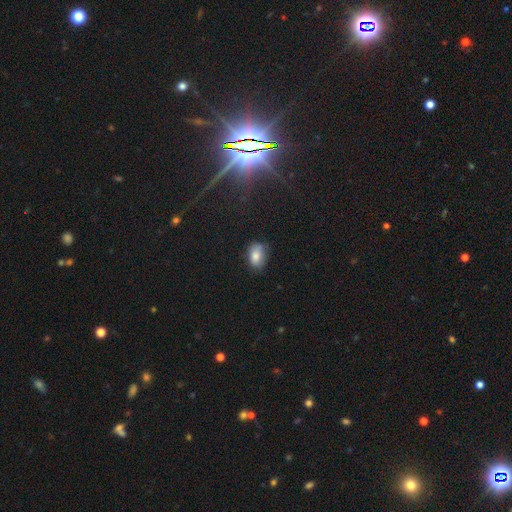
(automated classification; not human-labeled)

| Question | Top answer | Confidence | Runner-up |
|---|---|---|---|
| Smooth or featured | smooth | 81% | featured or disk (10%) |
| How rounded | in between | 83% | round (16%) |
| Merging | none | 68% | minor disturbance (25%) |